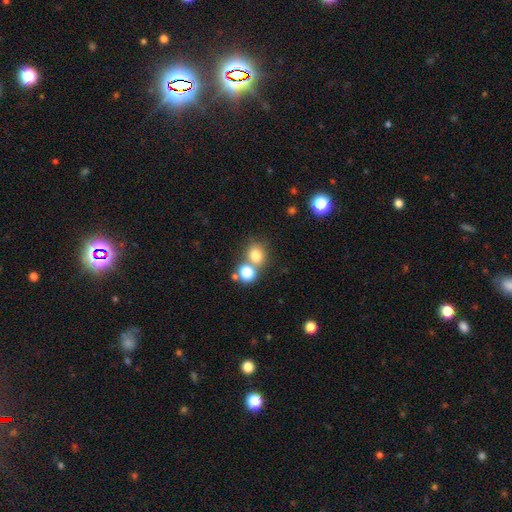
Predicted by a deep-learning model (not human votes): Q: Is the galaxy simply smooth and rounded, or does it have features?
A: smooth — 75%.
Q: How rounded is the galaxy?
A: round — 78%.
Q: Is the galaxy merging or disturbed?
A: none — 58%.